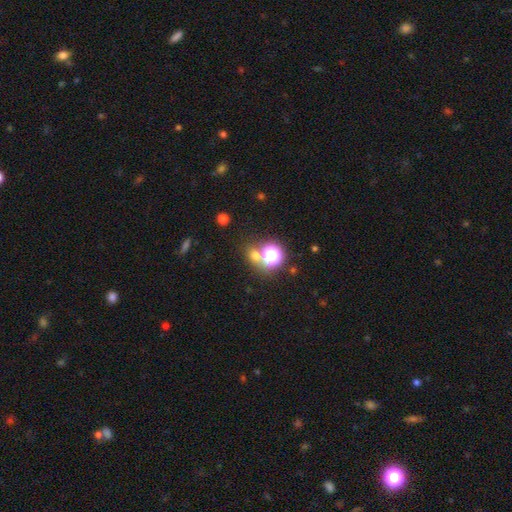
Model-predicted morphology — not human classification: smooth 55%, star or artifact 37%, featured or disk 8%. Down the decision tree: how rounded — round (78%); merging — none (65%).